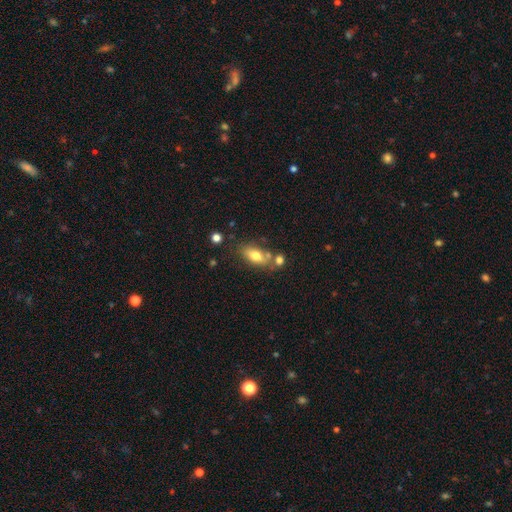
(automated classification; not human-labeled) Q: Smooth or featured?
A: smooth (72%); runner-up: featured or disk (20%)
Q: How rounded?
A: in between (84%); runner-up: cigar-shaped (10%)
Q: Merging?
A: none (59%); runner-up: merger (21%)